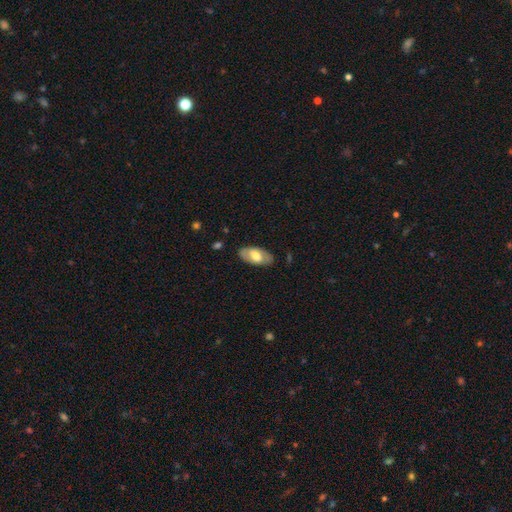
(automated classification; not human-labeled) A smooth galaxy with no disk features (52%) that is in between round and cigar-shaped (93%).

Vote fractions:
- Smooth or featured? smooth: 52% / featured or disk: 42% / star or artifact: 5%
- How rounded? in between: 93% / cigar-shaped: 4% / round: 3%
- Merging? none: 82% / minor disturbance: 13% / major disturbance: 3% / merger: 1%